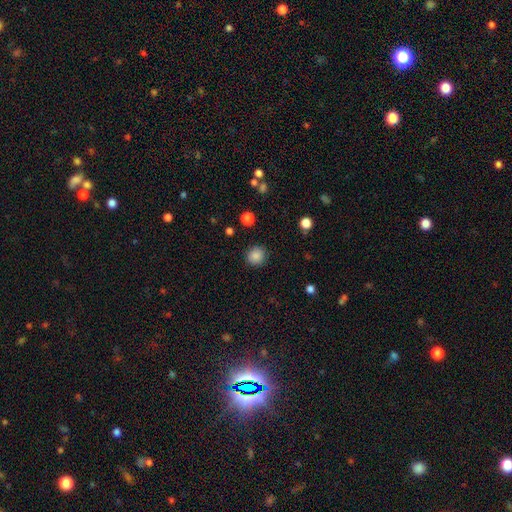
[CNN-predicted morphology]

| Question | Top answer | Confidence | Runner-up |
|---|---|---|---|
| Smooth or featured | smooth | 86% | star or artifact (10%) |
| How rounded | round | 88% | in between (11%) |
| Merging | none | 89% | minor disturbance (7%) |